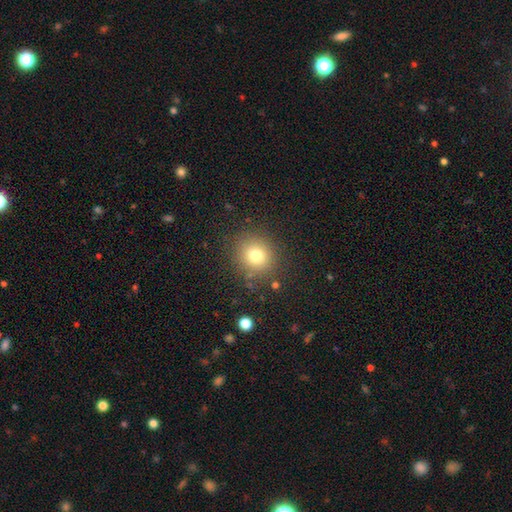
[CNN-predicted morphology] Q: Smooth or featured?
A: smooth (76%); runner-up: star or artifact (15%)
Q: How rounded?
A: round (87%); runner-up: in between (13%)
Q: Merging?
A: none (85%); runner-up: minor disturbance (9%)